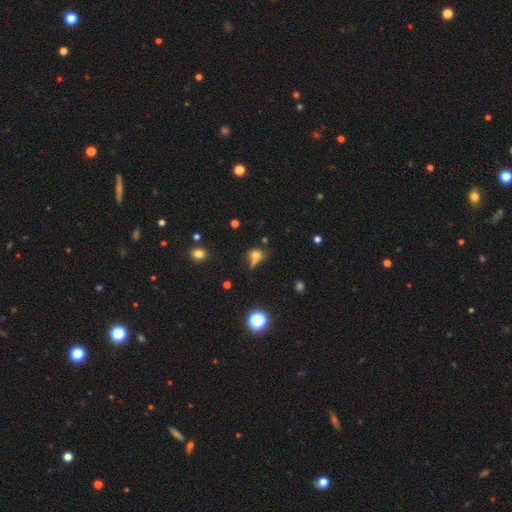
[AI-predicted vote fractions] Morphology: type=smooth (64%); roundness=round (61%); merging=none (39%).